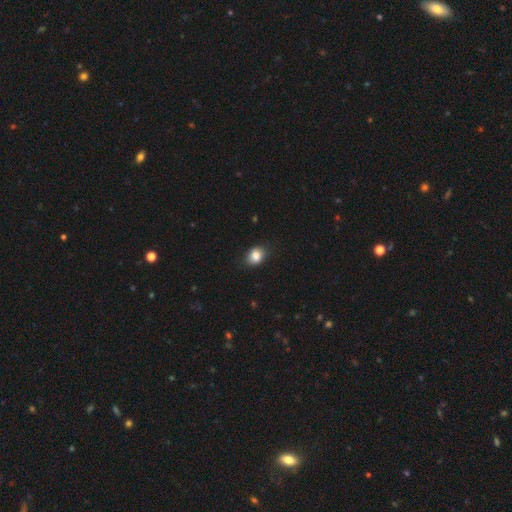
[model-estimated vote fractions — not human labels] smooth 85%, star or artifact 9%, featured or disk 6%. Down the decision tree: how rounded — in between (61%); merging — none (81%).